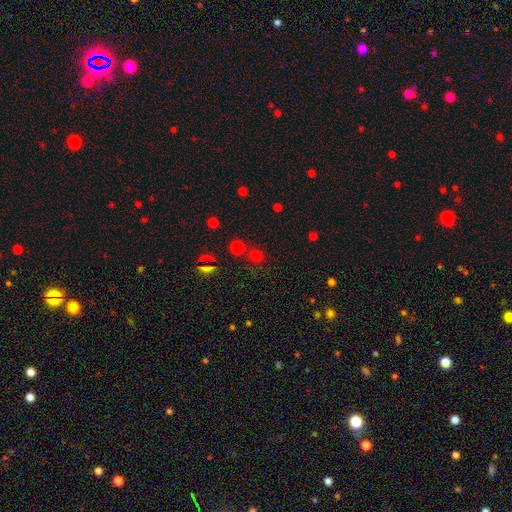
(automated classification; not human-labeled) smooth 63%, star or artifact 31%, featured or disk 6%. Down the decision tree: how rounded — round (90%); merging — none (71%).